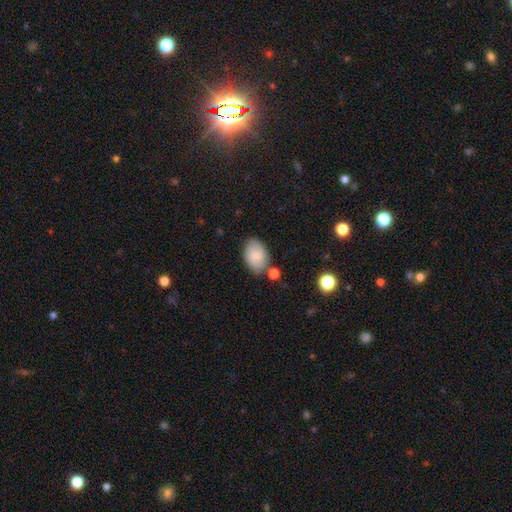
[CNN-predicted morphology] Smooth or featured?
  - smooth: 82% *
  - featured or disk: 11%
  - star or artifact: 7%
How rounded?
  - in between: 88% *
  - round: 11%
  - cigar-shaped: 1%
Merging?
  - none: 71% *
  - minor disturbance: 17%
  - merger: 8%
  - major disturbance: 4%